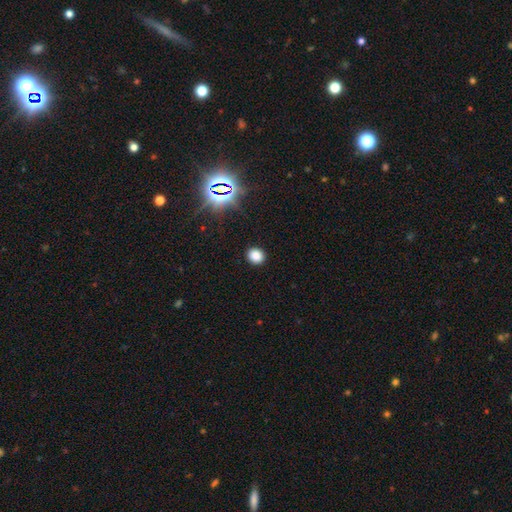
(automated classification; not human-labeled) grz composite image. It shows a smooth galaxy with no disk features (82%) that is round (75%). Merging: none (91%).